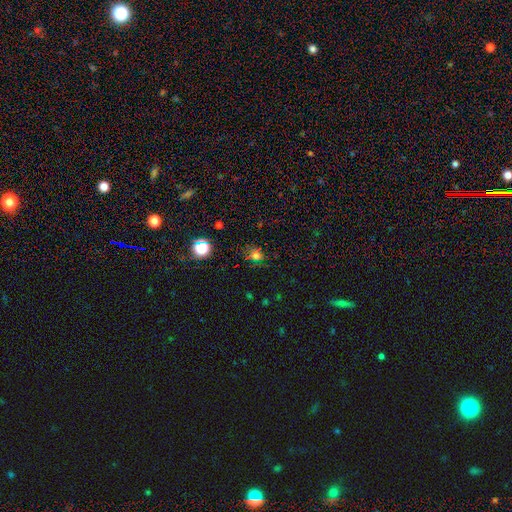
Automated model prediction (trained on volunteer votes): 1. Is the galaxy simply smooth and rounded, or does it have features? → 56% smooth, 35% star or artifact, 8% featured or disk.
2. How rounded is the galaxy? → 54% round, 44% in between, 2% cigar-shaped.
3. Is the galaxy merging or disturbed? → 68% none, 18% minor disturbance, 9% major disturbance, 4% merger.